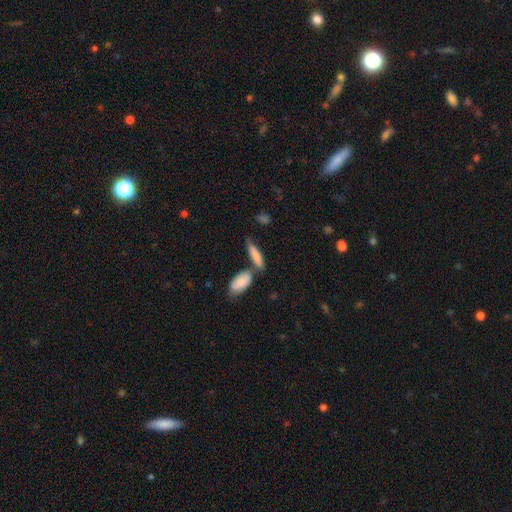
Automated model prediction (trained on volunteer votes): This appears to be a smooth galaxy with no disk features (78%) that is cigar-shaped (57%). Merging: none (50%).